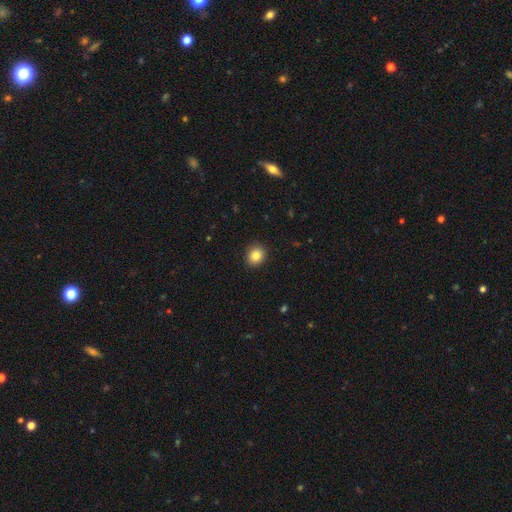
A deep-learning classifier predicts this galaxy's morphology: smooth-or-featured: smooth: 85% | star or artifact: 10% | featured or disk: 5%
  how-rounded: round: 79% | in between: 20% | cigar-shaped: 1%
  merging: none: 91% | minor disturbance: 6% | major disturbance: 2% | merger: 1%